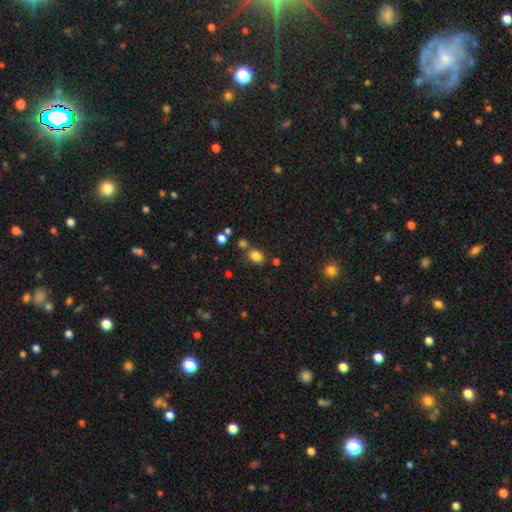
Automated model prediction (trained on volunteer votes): smooth_or_featured: smooth (p=0.82) [alt: star or artifact p=0.13]
how_rounded: in between (p=0.56) [alt: round p=0.43]
merging: none (p=0.70) [alt: minor disturbance p=0.13]